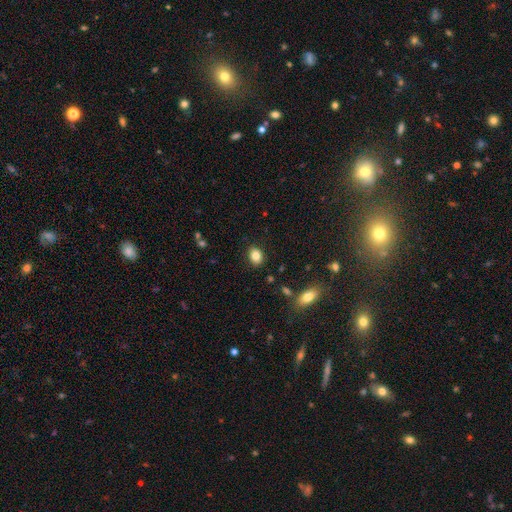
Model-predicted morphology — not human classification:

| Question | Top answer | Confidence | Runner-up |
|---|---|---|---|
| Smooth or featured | smooth | 83% | star or artifact (9%) |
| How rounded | in between | 69% | round (30%) |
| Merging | none | 87% | minor disturbance (10%) |